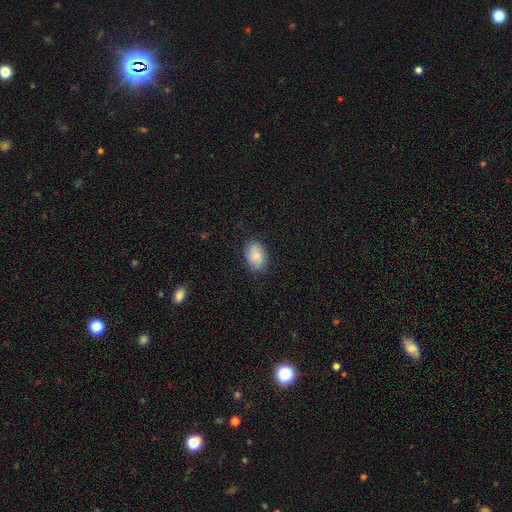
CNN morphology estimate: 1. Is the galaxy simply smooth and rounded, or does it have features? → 76% smooth, 16% featured or disk, 7% star or artifact.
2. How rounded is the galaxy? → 88% in between, 11% round, 1% cigar-shaped.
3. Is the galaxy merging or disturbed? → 82% none, 14% minor disturbance, 3% major disturbance, 1% merger.